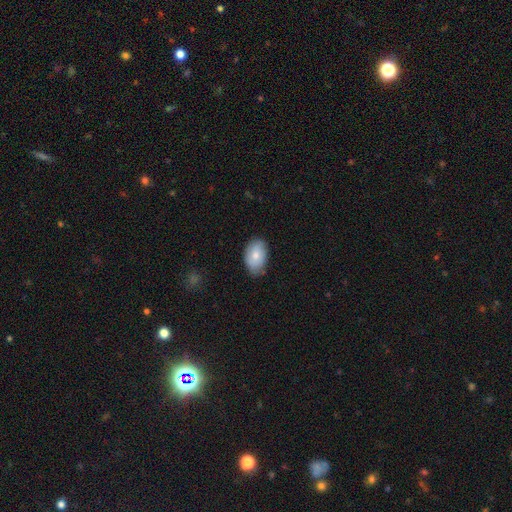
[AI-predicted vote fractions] The model was most divided on "merging": none: 75%, minor disturbance: 21%, major disturbance: 3%, merger: 1%. More confident: how rounded — in between (89%); smooth or featured — smooth (75%).